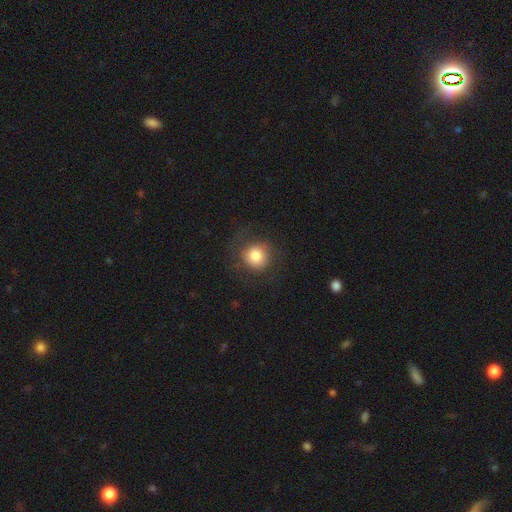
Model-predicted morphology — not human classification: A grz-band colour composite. It shows a smooth galaxy with no disk features (80%) that is round (92%). Merging: none (78%).